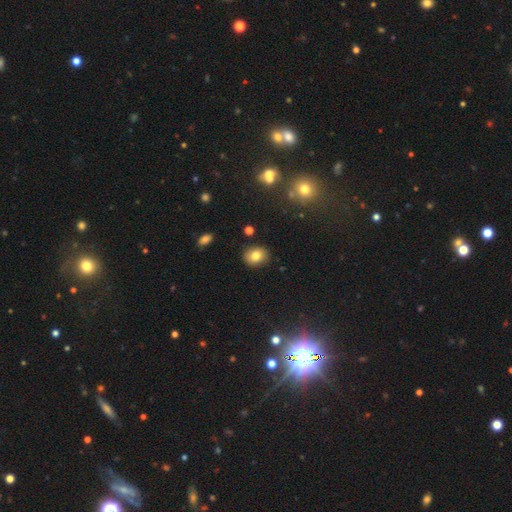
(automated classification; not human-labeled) Overall: smooth (79%). How rounded: in between (50%; round 49%). Merging: none (87%).